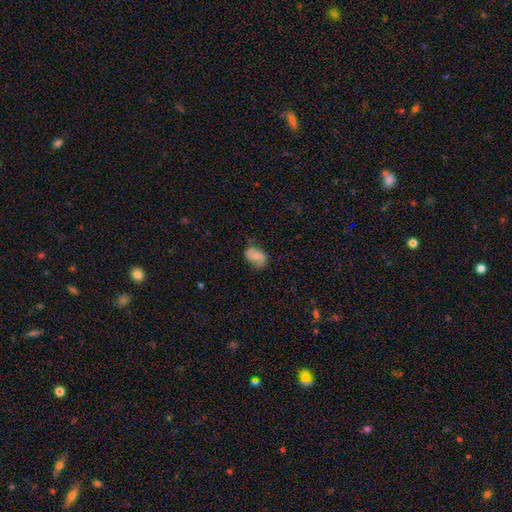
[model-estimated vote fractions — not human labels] This appears to be a smooth galaxy with no disk features (67%) that is in between round and cigar-shaped (81%). Merging: none (62%).